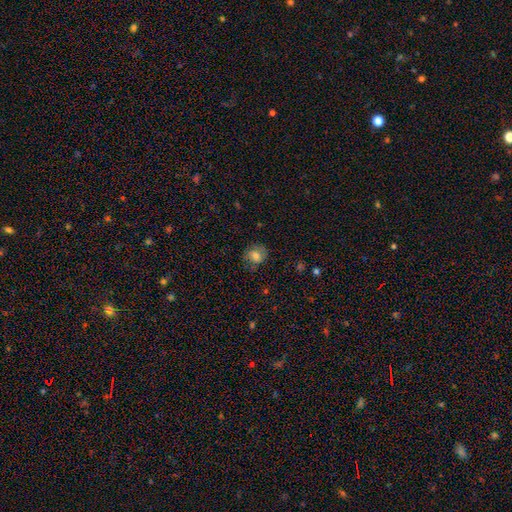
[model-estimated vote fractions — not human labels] A smooth galaxy with no disk features (71%) that is round (66%).

Vote fractions:
- Smooth or featured? smooth: 71% / featured or disk: 18% / star or artifact: 11%
- How rounded? round: 66% / in between: 33% / cigar-shaped: 1%
- Merging? none: 73% / minor disturbance: 18% / major disturbance: 7% / merger: 1%